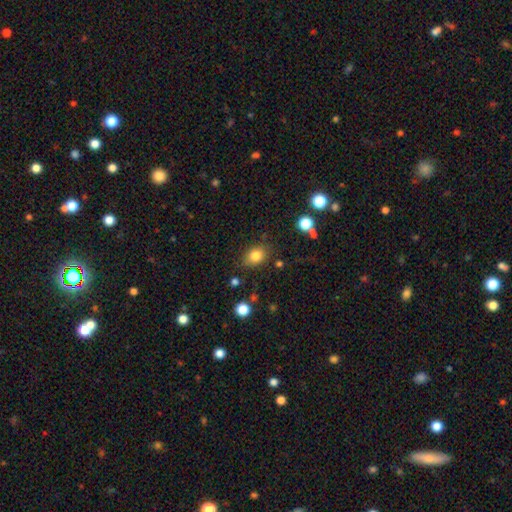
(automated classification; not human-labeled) Q: Smooth or featured?
A: smooth (82%); runner-up: star or artifact (11%)
Q: How rounded?
A: in between (64%); runner-up: round (35%)
Q: Merging?
A: none (79%); runner-up: minor disturbance (15%)